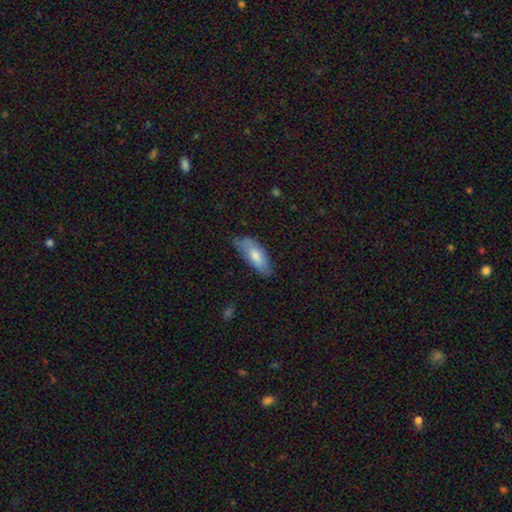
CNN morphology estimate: Smooth or featured?
  - smooth: 74% *
  - featured or disk: 20%
  - star or artifact: 6%
How rounded?
  - in between: 74% *
  - cigar-shaped: 24%
  - round: 2%
Merging?
  - none: 62% *
  - minor disturbance: 29%
  - major disturbance: 7%
  - merger: 2%